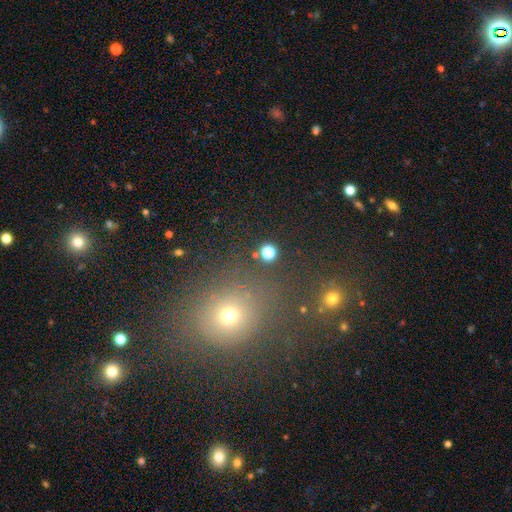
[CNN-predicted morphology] This is possibly a smooth galaxy (53%). How rounded: likely round (78%). Merging: clearly none (81%).